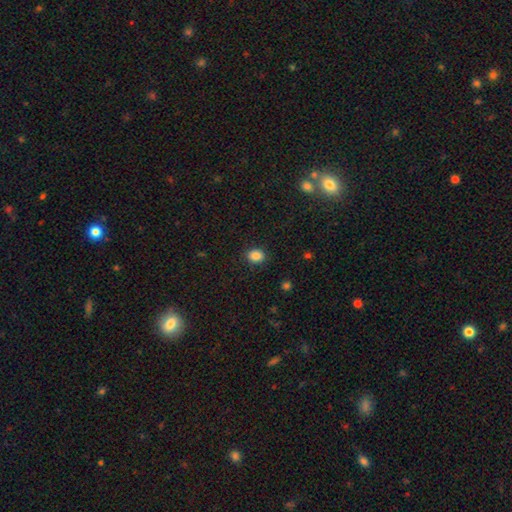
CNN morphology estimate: Q: Smooth or featured?
A: smooth (86%); runner-up: star or artifact (10%)
Q: How rounded?
A: round (54%); runner-up: in between (45%)
Q: Merging?
A: none (88%); runner-up: minor disturbance (8%)